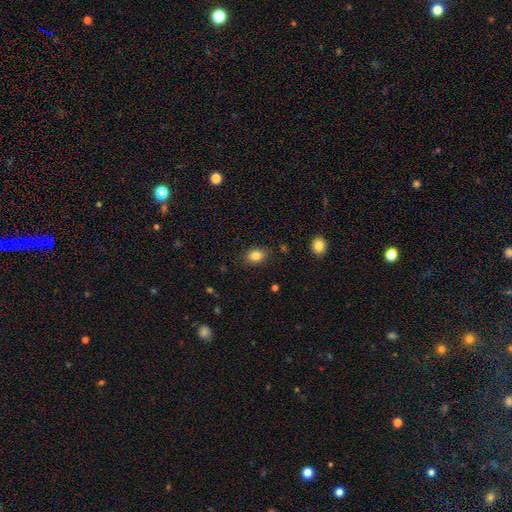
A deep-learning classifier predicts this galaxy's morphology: Smooth or featured?
  - smooth: 84% *
  - star or artifact: 9%
  - featured or disk: 6%
How rounded?
  - in between: 74% *
  - round: 24%
  - cigar-shaped: 1%
Merging?
  - none: 83% *
  - minor disturbance: 12%
  - major disturbance: 3%
  - merger: 2%